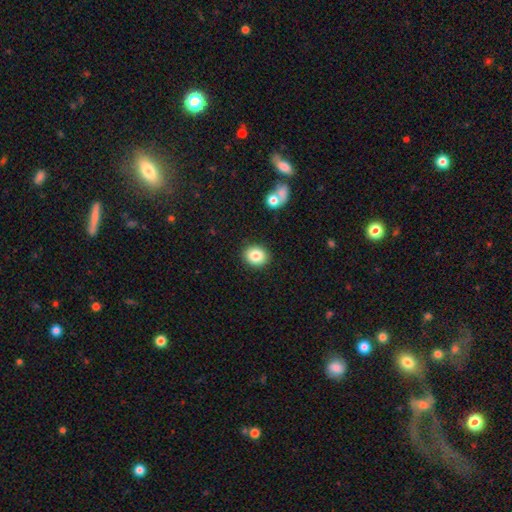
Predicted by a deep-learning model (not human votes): smooth_or_featured: smooth (p=0.84) [alt: star or artifact p=0.09]
how_rounded: round (p=0.66) [alt: in between p=0.33]
merging: none (p=0.89) [alt: minor disturbance p=0.07]